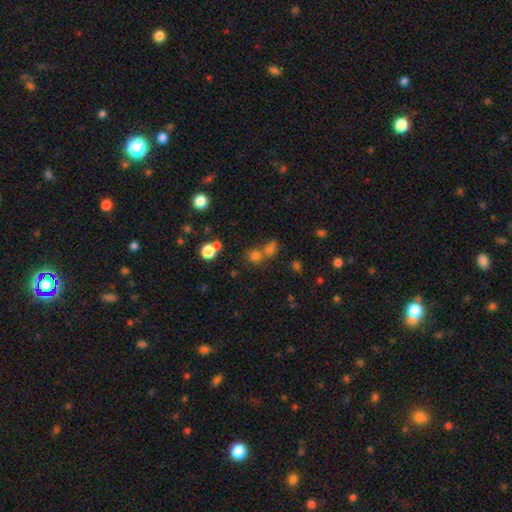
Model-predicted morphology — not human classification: Smooth or featured? smooth (69%)
How rounded? round (83%)
Merging? none (51%)